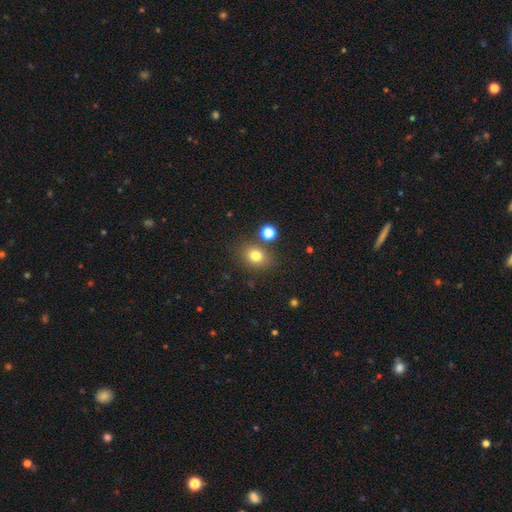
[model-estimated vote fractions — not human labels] Smooth or featured?
  - smooth: 79% *
  - star or artifact: 13%
  - featured or disk: 8%
How rounded?
  - round: 58% *
  - in between: 41%
  - cigar-shaped: 1%
Merging?
  - none: 75% *
  - minor disturbance: 12%
  - merger: 10%
  - major disturbance: 4%